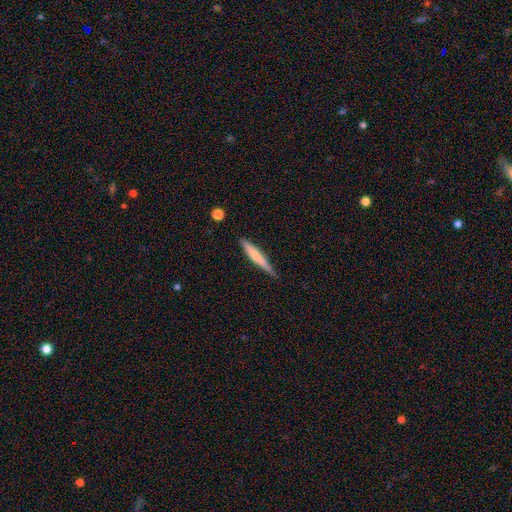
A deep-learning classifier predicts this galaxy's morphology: Smooth or featured: smooth — 64% (featured or disk — 31%)
How rounded: cigar-shaped — 94% (in between — 4%)
Merging: none — 82% (minor disturbance — 14%)